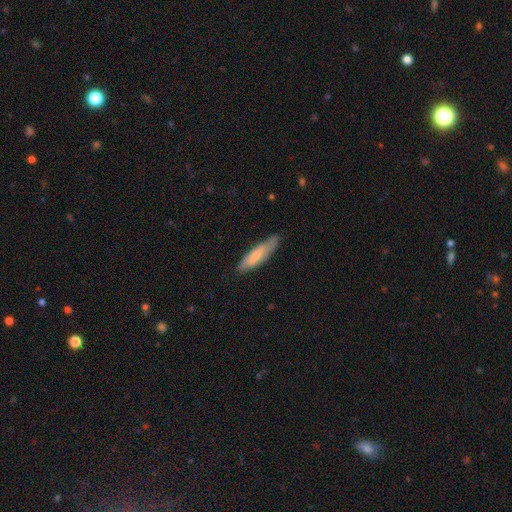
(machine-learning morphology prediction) Smooth or featured?
  - smooth: 64% *
  - featured or disk: 31%
  - star or artifact: 6%
How rounded?
  - cigar-shaped: 68% *
  - in between: 30%
  - round: 1%
Merging?
  - none: 76% *
  - minor disturbance: 19%
  - major disturbance: 3%
  - merger: 1%